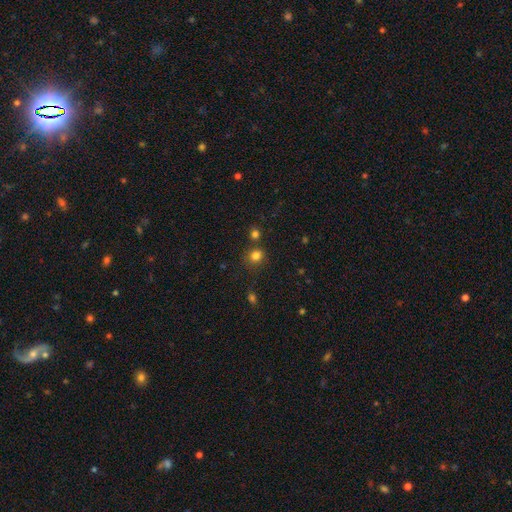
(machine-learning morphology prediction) Q: Smooth or featured?
A: smooth (79%); runner-up: star or artifact (16%)
Q: How rounded?
A: round (81%); runner-up: in between (18%)
Q: Merging?
A: none (76%); runner-up: merger (11%)